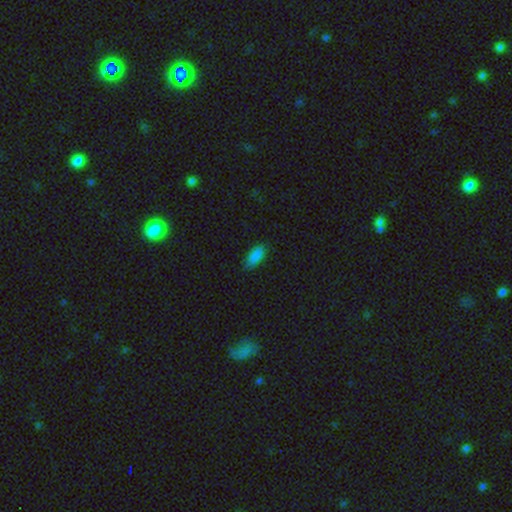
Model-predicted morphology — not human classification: Q: Smooth or featured?
A: smooth (87%); runner-up: star or artifact (9%)
Q: How rounded?
A: in between (86%); runner-up: cigar-shaped (12%)
Q: Merging?
A: none (82%); runner-up: minor disturbance (15%)